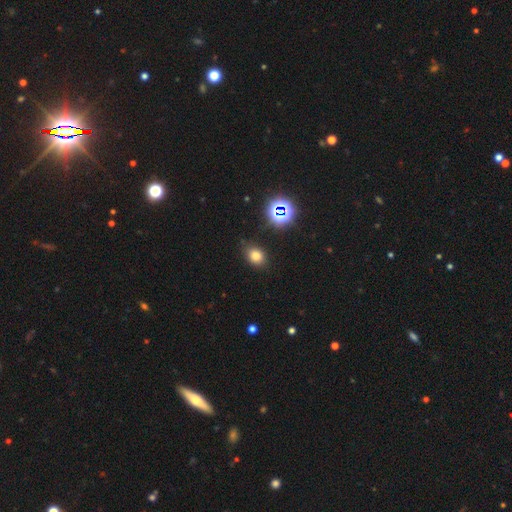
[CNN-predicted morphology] Smooth or featured? smooth (74%)
How rounded? in between (57%)
Merging? none (79%)